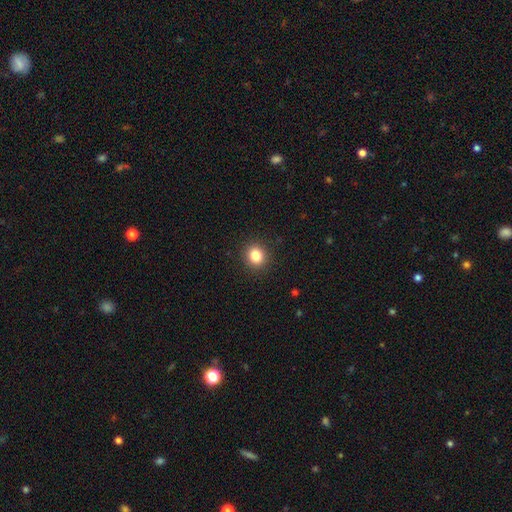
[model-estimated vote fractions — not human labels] Overall: smooth (83%). How rounded: round (81%). Merging: none (91%).